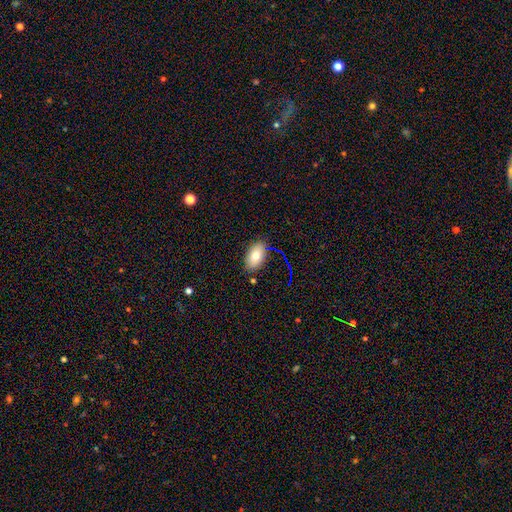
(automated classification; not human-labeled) A smooth galaxy with no disk features (78%) that is in between round and cigar-shaped (93%). Merging: none (83%).